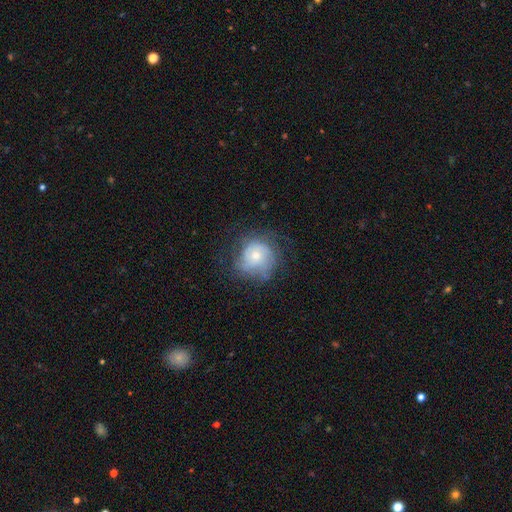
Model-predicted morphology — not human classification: This appears to be a featured or disk galaxy (51%). Merging: none (59%).